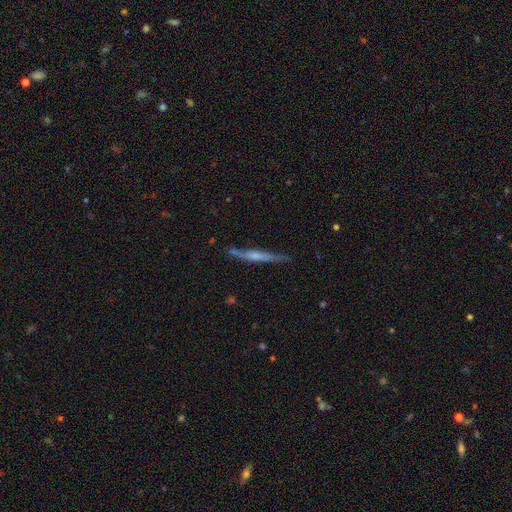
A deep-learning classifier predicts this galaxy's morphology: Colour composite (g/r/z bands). It shows a featured or disk galaxy (62%) viewed edge-on (95%) with a rounded central bulge (45%). Merging: none (79%).